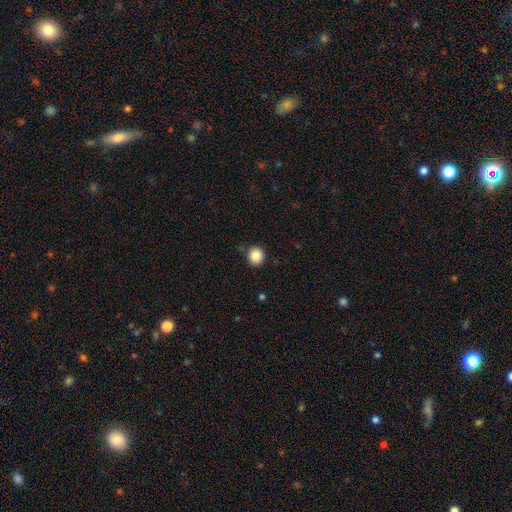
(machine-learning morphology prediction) Smooth or featured?
  - smooth: 86% *
  - star or artifact: 10%
  - featured or disk: 4%
How rounded?
  - round: 85% *
  - in between: 14%
  - cigar-shaped: 1%
Merging?
  - none: 87% *
  - minor disturbance: 9%
  - merger: 2%
  - major disturbance: 2%